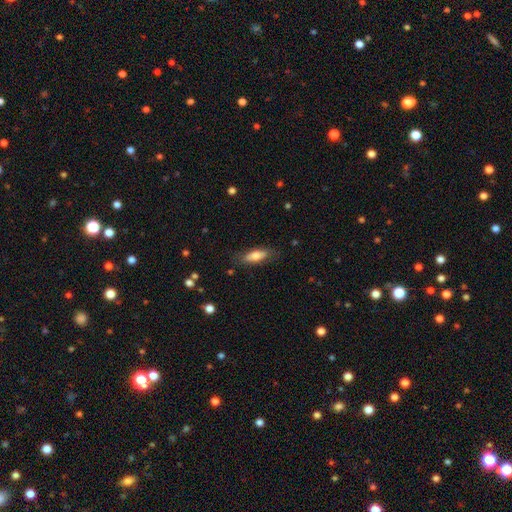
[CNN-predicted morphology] type=smooth (74%); roundness=in between (67%); merging=none (78%).